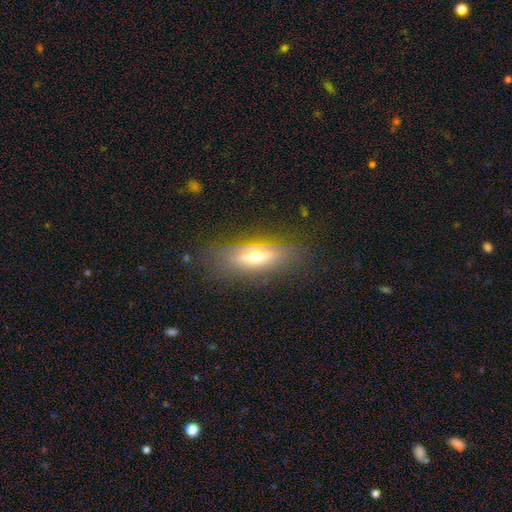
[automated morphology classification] A featured or disk galaxy (50%).

Vote fractions:
- Smooth or featured? featured or disk: 50% / smooth: 41% / star or artifact: 9%
- Merging? none: 79% / minor disturbance: 14% / major disturbance: 6% / merger: 1%